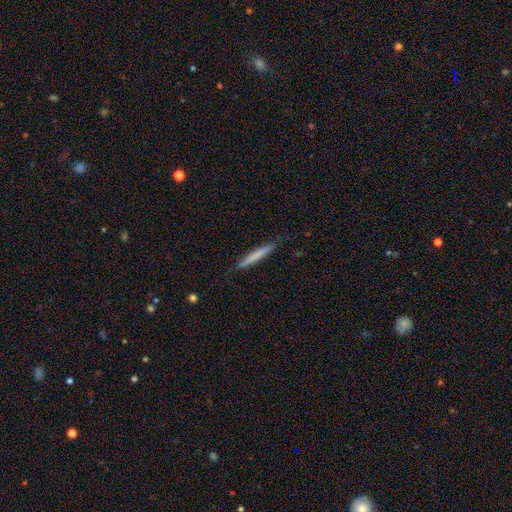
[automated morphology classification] Smooth or featured? Predicted: smooth (p=0.69). How rounded? Predicted: cigar-shaped (p=0.96). Merging? Predicted: none (p=0.84).